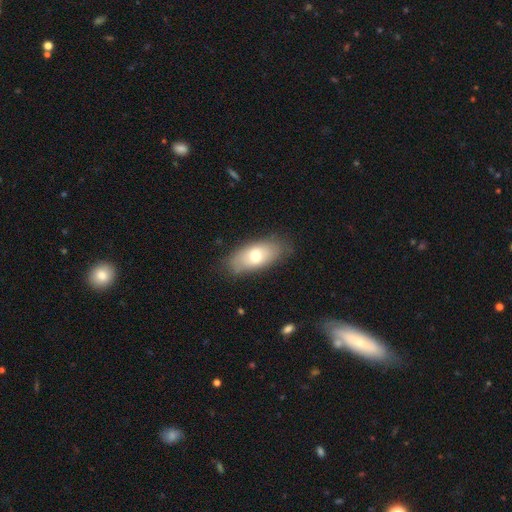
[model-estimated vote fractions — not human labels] The model was most divided on "smooth or featured": smooth: 69%, featured or disk: 24%, star or artifact: 7%. More confident: how rounded — in between (87%); merging — none (80%).